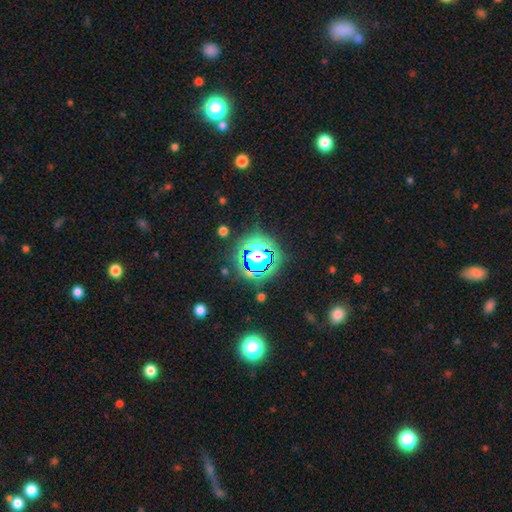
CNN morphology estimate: type=star or artifact (58%).